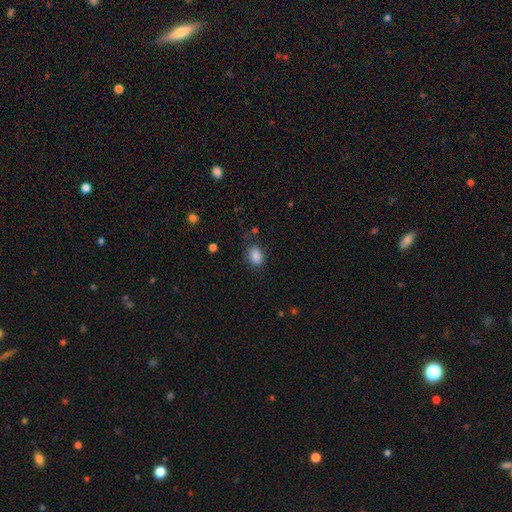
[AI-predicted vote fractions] Smooth or featured? smooth (87%)
How rounded? in between (79%)
Merging? none (73%)